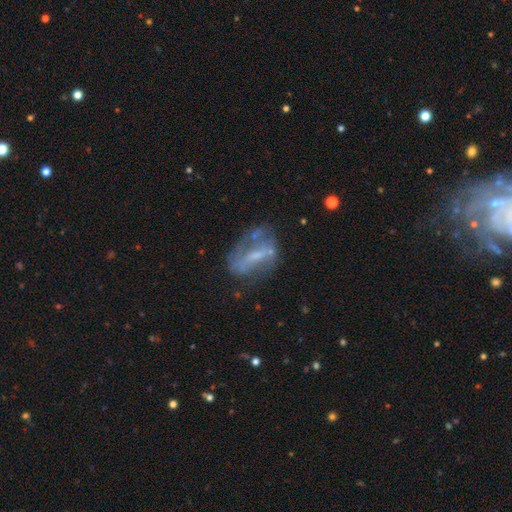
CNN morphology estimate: A featured or disk galaxy (66%) with a weak bar (37%), no spiral arms (51%) and a small central bulge (48%). Merging: none (48%).